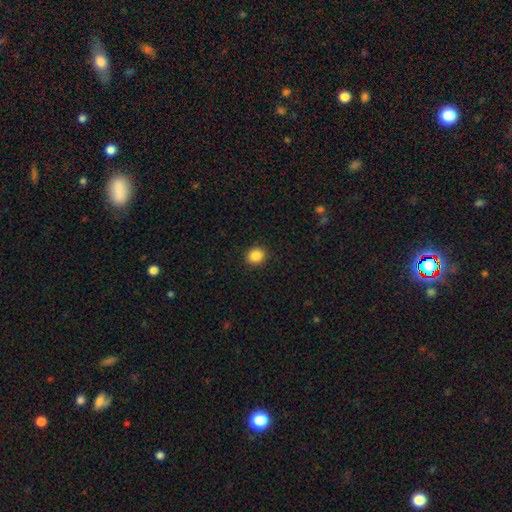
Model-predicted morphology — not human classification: Smooth or featured? Predicted: smooth (p=0.86). How rounded? Predicted: round (p=0.76). Merging? Predicted: none (p=0.91).